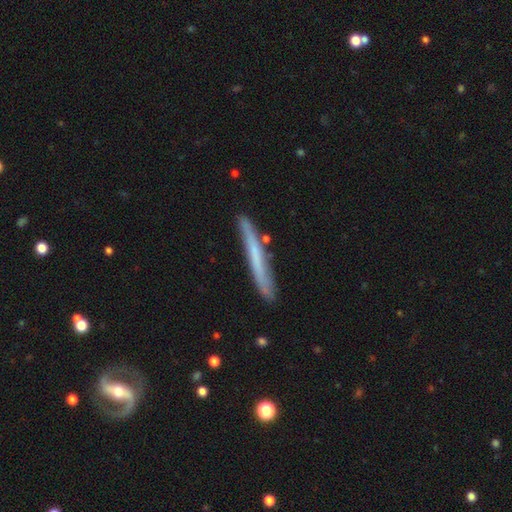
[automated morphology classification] Smooth or featured?
  - smooth: 49% *
  - featured or disk: 44%
  - star or artifact: 7%
Merging?
  - none: 83% *
  - minor disturbance: 12%
  - merger: 3%
  - major disturbance: 2%